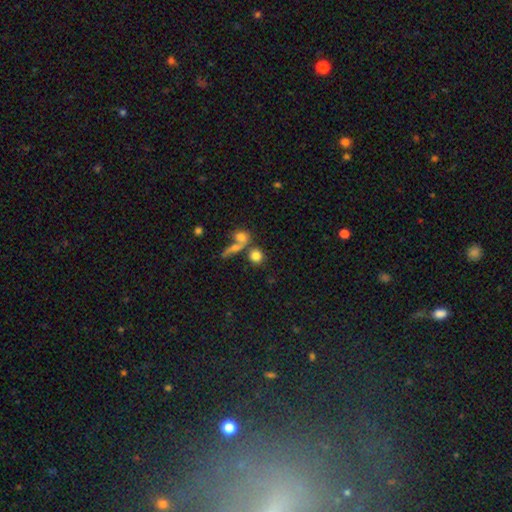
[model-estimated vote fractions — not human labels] Smooth or featured? Predicted: smooth (p=0.79). How rounded? Predicted: round (p=0.84). Merging? Predicted: none (p=0.54).